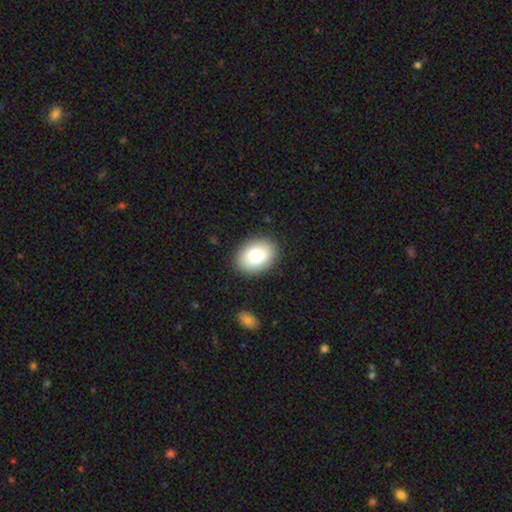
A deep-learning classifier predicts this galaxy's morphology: Smooth or featured? smooth (84%)
How rounded? in between (75%)
Merging? none (87%)